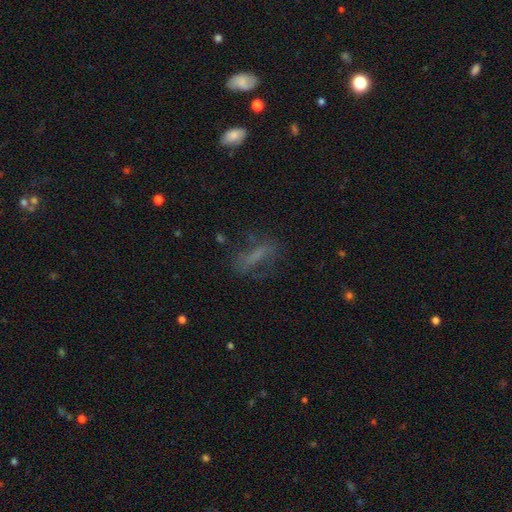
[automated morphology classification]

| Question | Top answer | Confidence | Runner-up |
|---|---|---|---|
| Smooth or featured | smooth | 49% | featured or disk (31%) |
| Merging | none | 57% | minor disturbance (20%) |